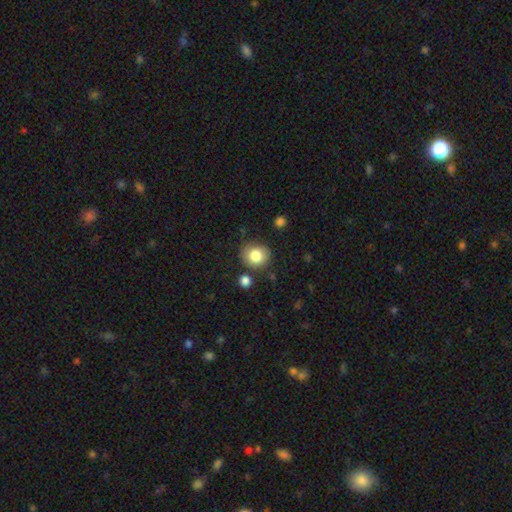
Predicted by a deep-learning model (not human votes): Morphology: type=smooth (83%); roundness=round (83%); merging=none (81%).